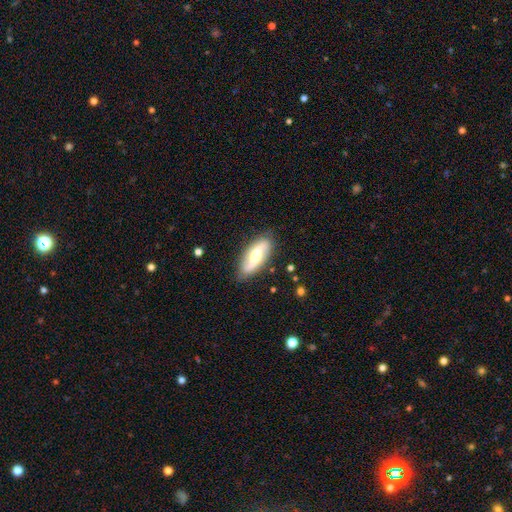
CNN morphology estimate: Overall: featured or disk (68%). Edge-on disk: no (87%). Bar: weak (40%; strong 39%). Spiral arms: yes (87%). Spiral arm count: 2 (88%). Spiral winding: loose (64%; medium 25%). Bulge size: moderate (55%; small 20%). Merging: none (82%).